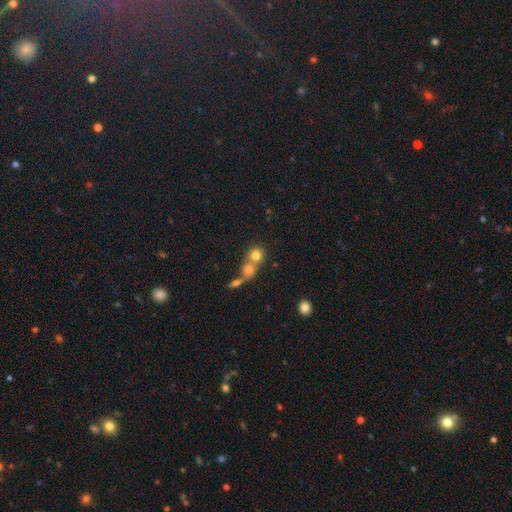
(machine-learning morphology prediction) This appears to be a smooth galaxy with no disk features (76%) that is round (85%). Merging: merger (55%).